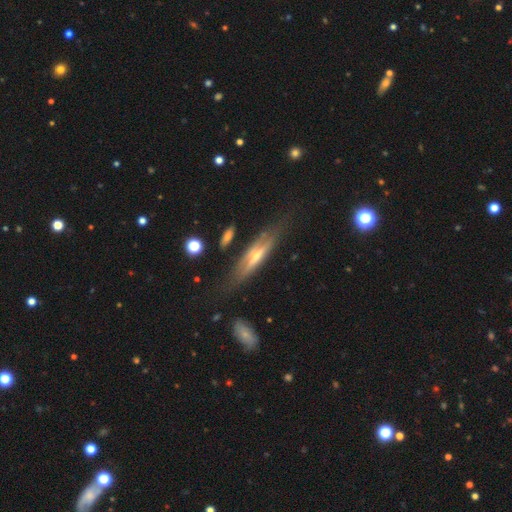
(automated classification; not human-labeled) featured or disk 71%, smooth 22%, star or artifact 7%. Down the decision tree: edge-on disk — yes (86%); edge-on bulge — rounded (75%); merging — none (71%).